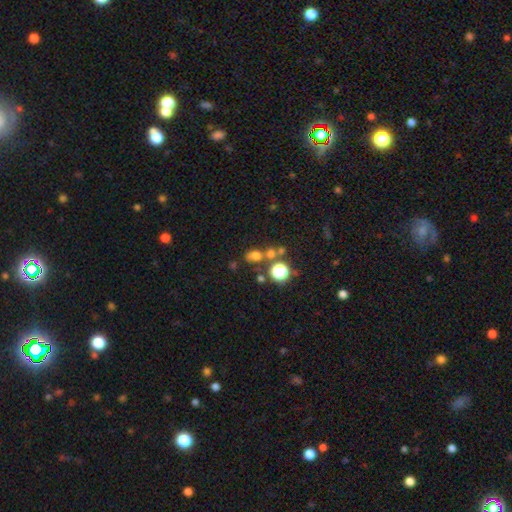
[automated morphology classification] smooth-or-featured: smooth: 66% | star or artifact: 25% | featured or disk: 9%
  how-rounded: in between: 54% | round: 44% | cigar-shaped: 2%
  merging: none: 61% | merger: 22% | minor disturbance: 12% | major disturbance: 6%